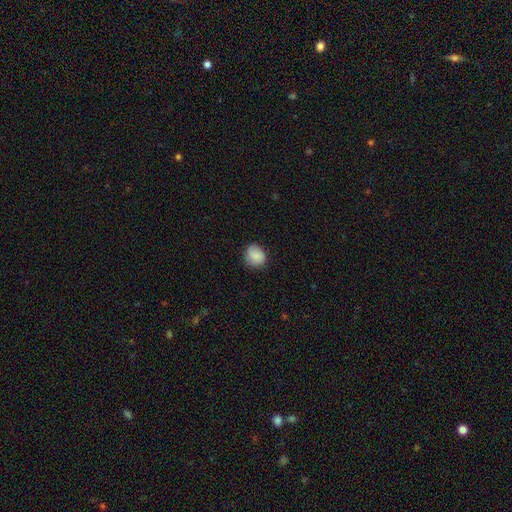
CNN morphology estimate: type=smooth (85%); roundness=round (74%); merging=none (74%).